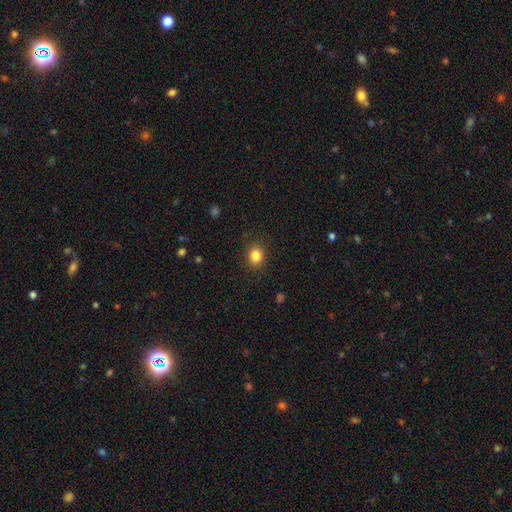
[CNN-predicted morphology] Q: Smooth or featured?
A: smooth (85%); runner-up: star or artifact (11%)
Q: How rounded?
A: round (63%); runner-up: in between (36%)
Q: Merging?
A: none (89%); runner-up: minor disturbance (8%)